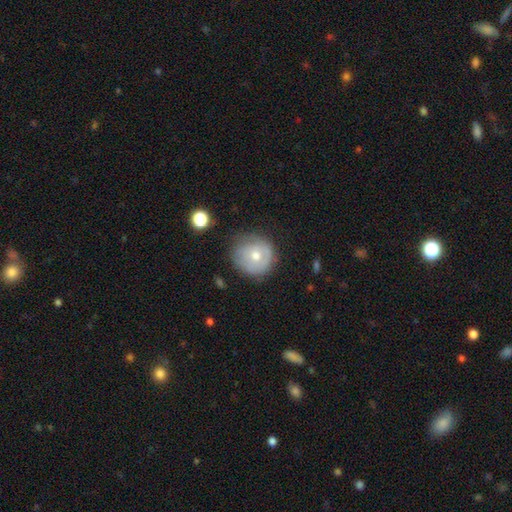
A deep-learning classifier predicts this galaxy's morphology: The model was most divided on "smooth or featured": smooth: 58%, featured or disk: 33%, star or artifact: 9%. More confident: how rounded — round (90%); merging — none (69%).